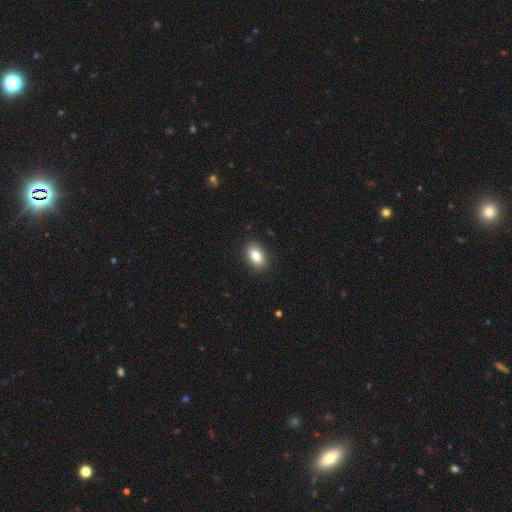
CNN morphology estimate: This appears to be a smooth galaxy with no disk features (84%) that is in between round and cigar-shaped (88%). Merging: none (89%).